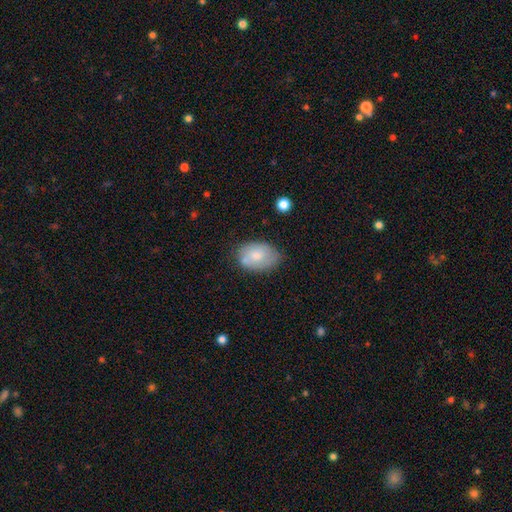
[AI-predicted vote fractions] Q: Smooth or featured?
A: smooth (72%); runner-up: featured or disk (21%)
Q: How rounded?
A: in between (85%); runner-up: round (14%)
Q: Merging?
A: none (59%); runner-up: minor disturbance (27%)